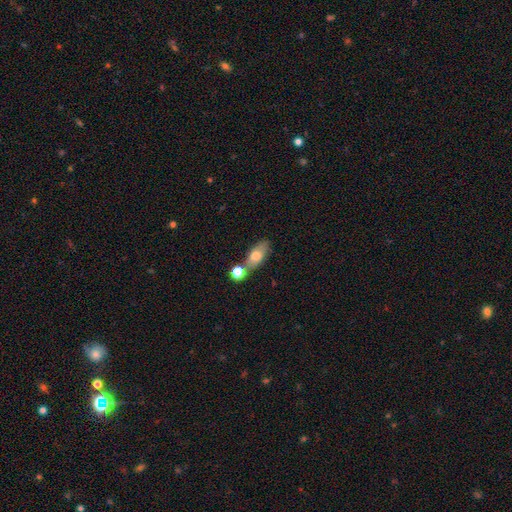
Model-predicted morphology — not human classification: Smooth or featured? Predicted: smooth (p=0.69). How rounded? Predicted: in between (p=0.78). Merging? Predicted: none (p=0.59).